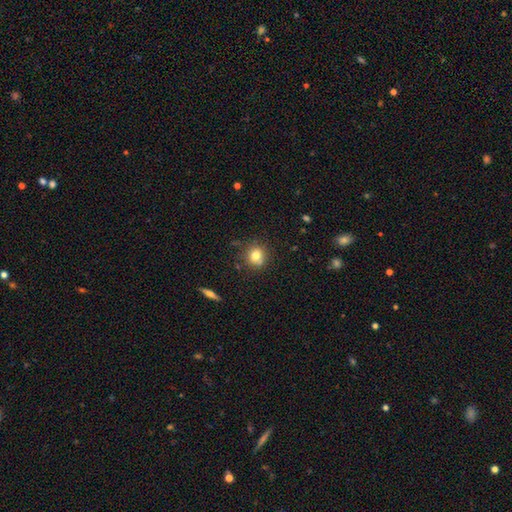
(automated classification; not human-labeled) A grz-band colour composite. It shows a smooth galaxy with no disk features (77%) that is round (84%). Merging: none (74%).